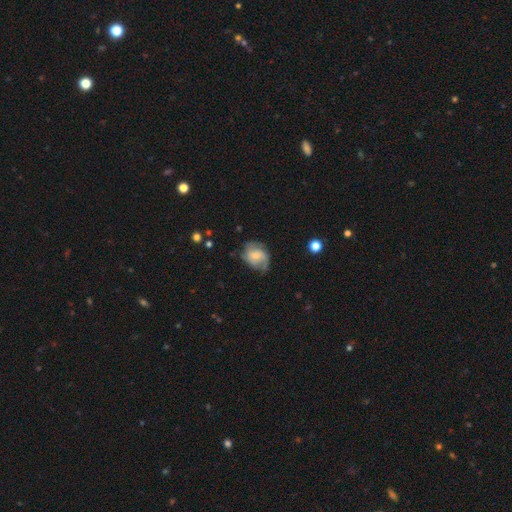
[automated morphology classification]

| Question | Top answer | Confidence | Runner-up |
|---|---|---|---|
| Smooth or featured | featured or disk | 49% | smooth (43%) |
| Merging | none | 52% | minor disturbance (30%) |